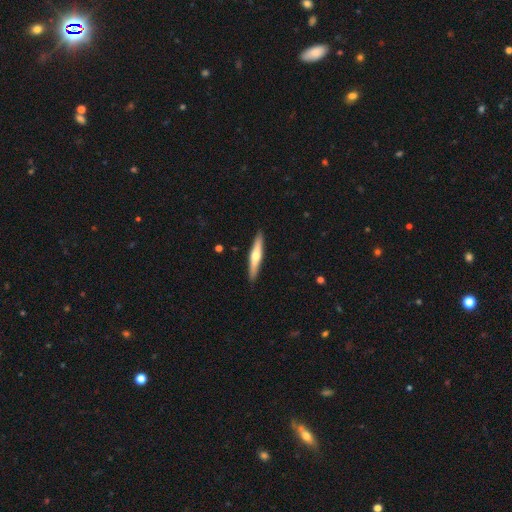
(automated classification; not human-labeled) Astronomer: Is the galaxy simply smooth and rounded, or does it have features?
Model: featured or disk — 54% (runner-up: smooth, 41%).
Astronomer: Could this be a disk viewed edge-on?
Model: yes — 95%.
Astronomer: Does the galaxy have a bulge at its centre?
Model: rounded — 90%.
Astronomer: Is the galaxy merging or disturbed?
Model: none — 91%.